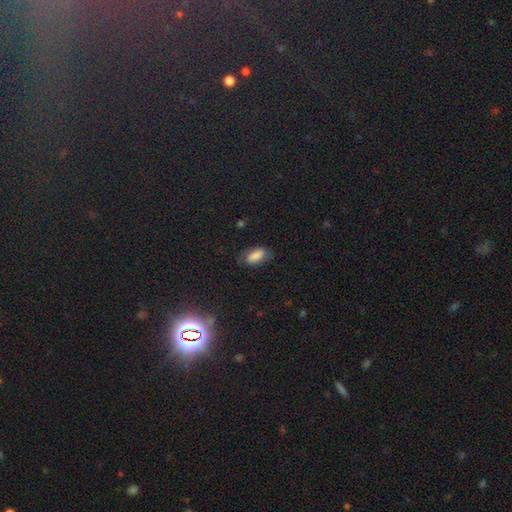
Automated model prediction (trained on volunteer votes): smooth-or-featured: smooth: 78% | featured or disk: 13% | star or artifact: 9%
  how-rounded: in between: 83% | cigar-shaped: 14% | round: 3%
  merging: none: 70% | minor disturbance: 21% | major disturbance: 7% | merger: 2%